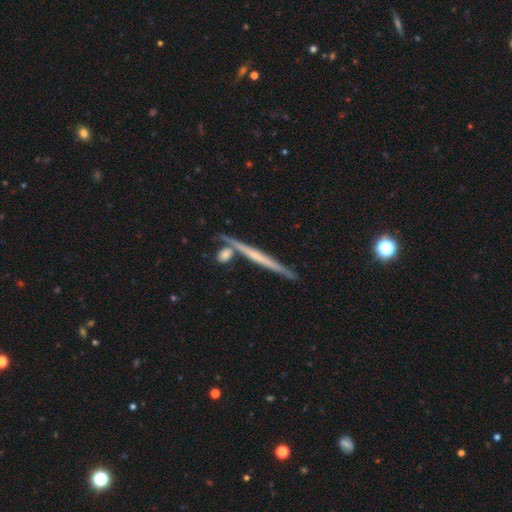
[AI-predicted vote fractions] Smooth or featured? featured or disk (65%)
Edge-on disk? yes (97%)
Edge-on bulge? none (69%)
Merging? none (80%)